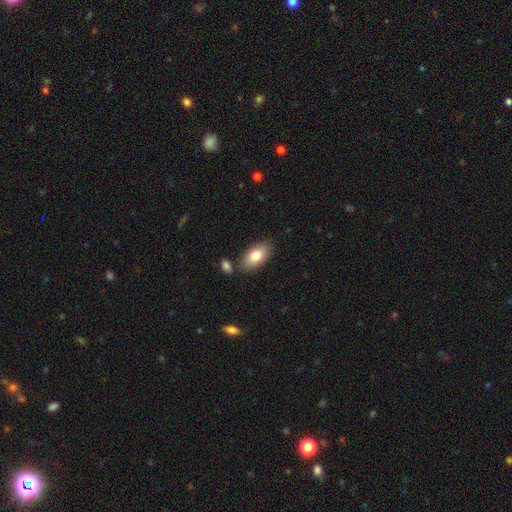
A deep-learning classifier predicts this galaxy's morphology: This is clearly a smooth galaxy (81%). How rounded: clearly in between (93%). Merging: likely none (79%).